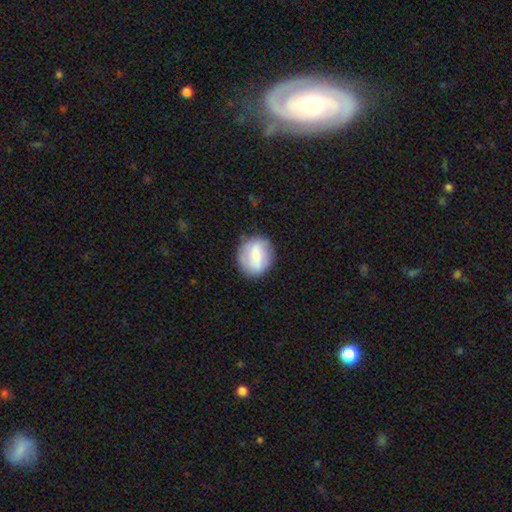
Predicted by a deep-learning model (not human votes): This is likely a smooth galaxy (65%). How rounded: likely round (71%). Merging: likely none (78%).